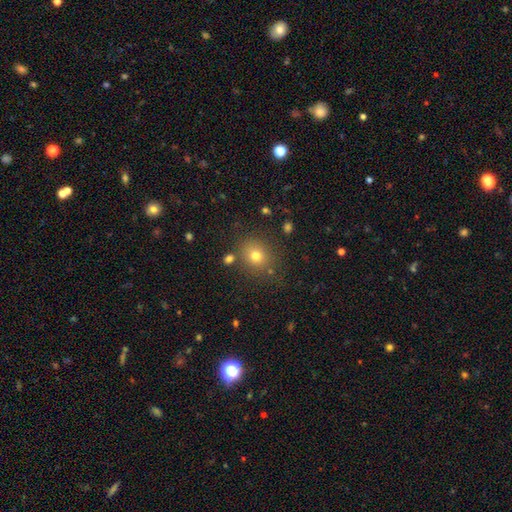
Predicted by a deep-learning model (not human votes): smooth_or_featured: smooth (p=0.74) [alt: star or artifact p=0.16]
how_rounded: round (p=0.77) [alt: in between p=0.22]
merging: none (p=0.79) [alt: minor disturbance p=0.11]